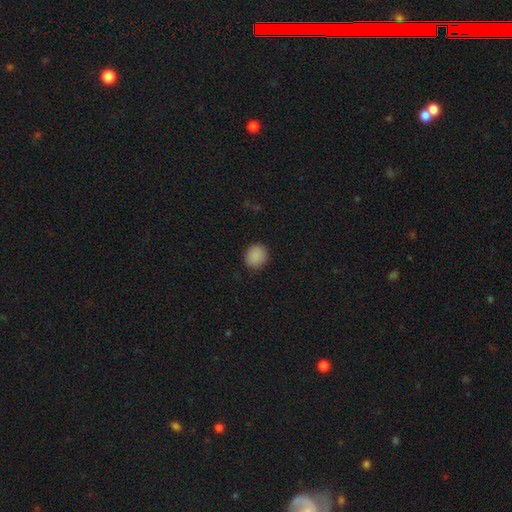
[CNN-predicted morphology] A smooth galaxy with no disk features (89%) that is round (81%).

Vote fractions:
- Smooth or featured? smooth: 89% / star or artifact: 9% / featured or disk: 3%
- How rounded? round: 81% / in between: 18% / cigar-shaped: 1%
- Merging? none: 89% / minor disturbance: 8% / major disturbance: 2% / merger: 1%